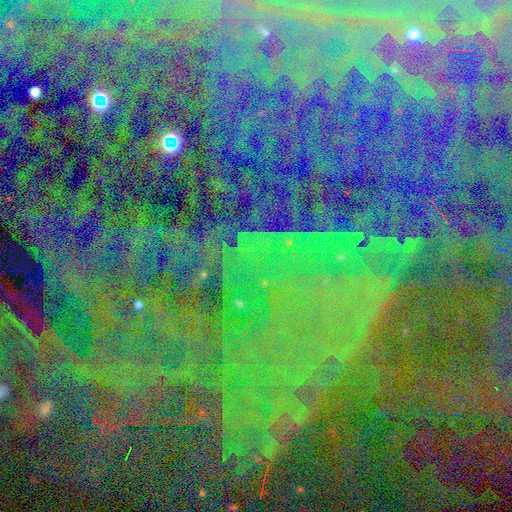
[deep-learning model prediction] smooth_or_featured: star or artifact (p=0.85) [alt: featured or disk p=0.07]